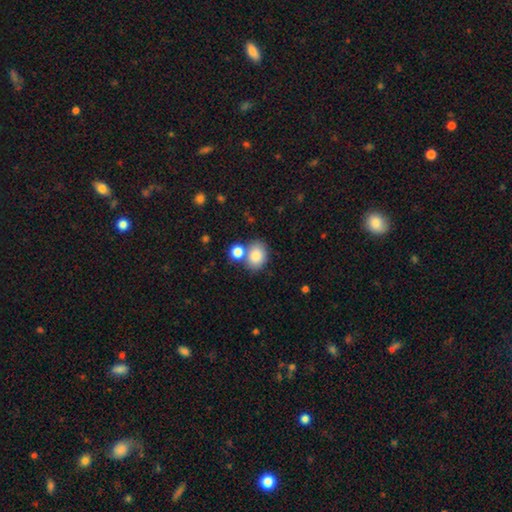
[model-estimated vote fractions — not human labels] This is clearly a smooth galaxy (84%). How rounded: possibly in between (57%). Merging: possibly none (59%).